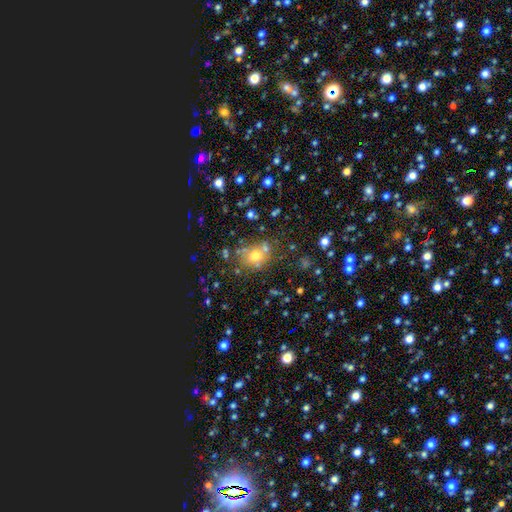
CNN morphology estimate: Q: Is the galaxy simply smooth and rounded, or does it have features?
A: smooth — 65%.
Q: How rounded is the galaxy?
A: round — 68%.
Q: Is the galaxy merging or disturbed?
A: none — 61%.